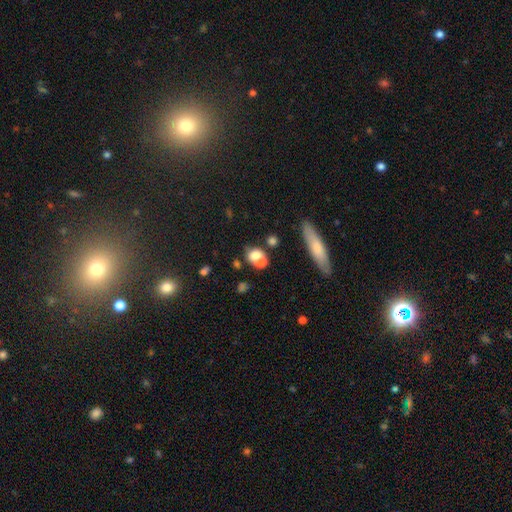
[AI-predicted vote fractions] Q: Smooth or featured?
A: smooth (68%); runner-up: featured or disk (21%)
Q: How rounded?
A: round (50%); runner-up: in between (47%)
Q: Merging?
A: merger (51%); runner-up: none (34%)